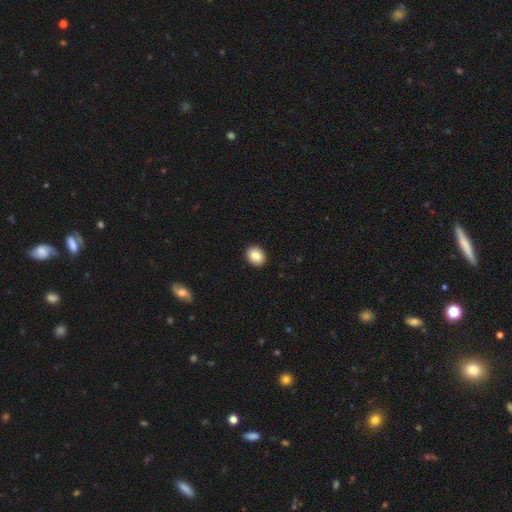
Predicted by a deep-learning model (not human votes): smooth-or-featured: smooth: 85% | star or artifact: 8% | featured or disk: 7%
  how-rounded: round: 50% | in between: 49% | cigar-shaped: 1%
  merging: none: 92% | minor disturbance: 6% | major disturbance: 2% | merger: 1%